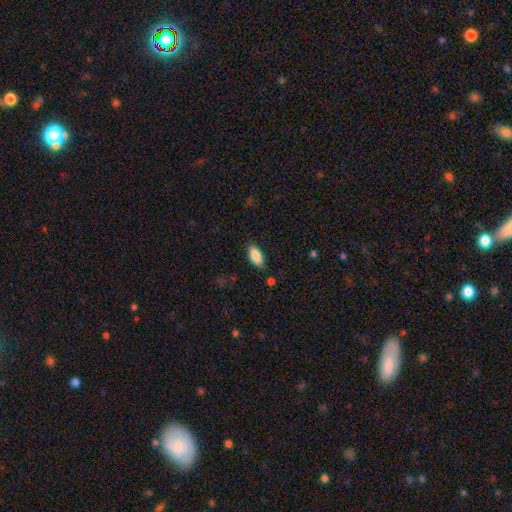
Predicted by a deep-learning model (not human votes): This is clearly a smooth galaxy (87%). How rounded: clearly in between (90%). Merging: clearly none (85%).